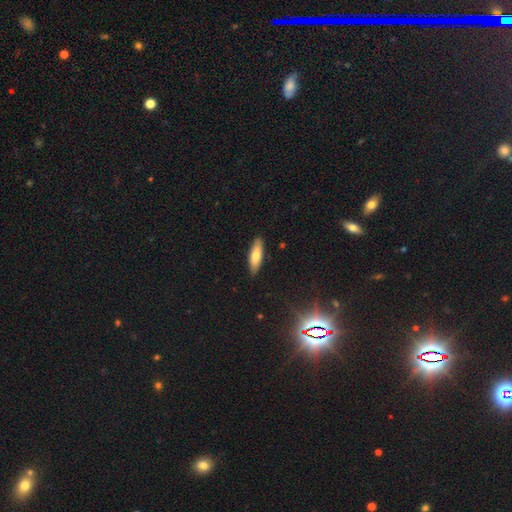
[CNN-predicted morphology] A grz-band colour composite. It shows a smooth galaxy with no disk features (73%) that is cigar-shaped (57%). Merging: none (88%).